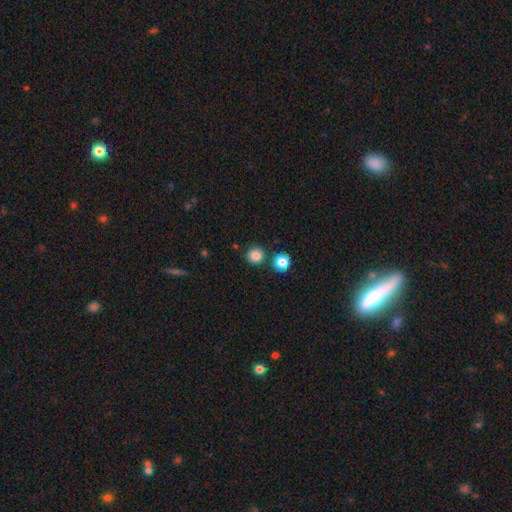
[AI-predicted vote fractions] Smooth or featured: smooth — 85% (star or artifact — 12%)
How rounded: round — 94% (in between — 5%)
Merging: none — 82% (merger — 8%)